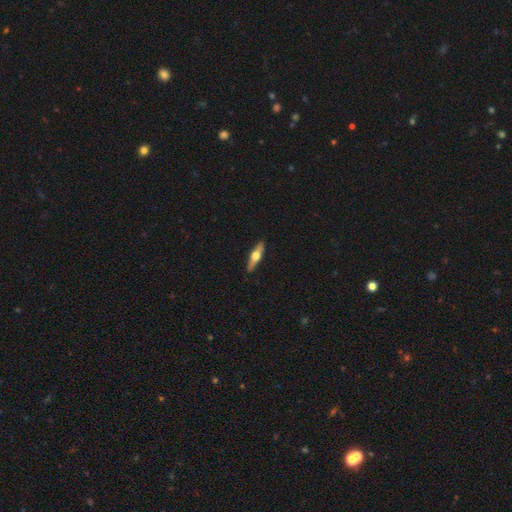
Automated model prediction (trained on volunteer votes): The model was most divided on "smooth or featured": featured or disk: 63%, smooth: 32%, star or artifact: 5%. More confident: edge-on disk — yes (95%); edge-on bulge — rounded (95%); merging — none (90%).